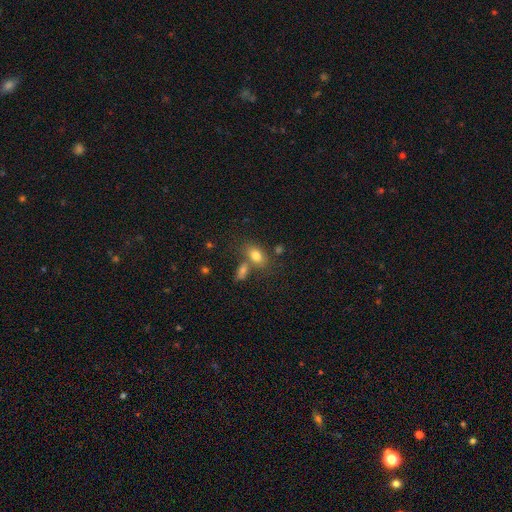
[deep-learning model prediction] A smooth galaxy with no disk features (78%) that is in between round and cigar-shaped (84%).

Vote fractions:
- Smooth or featured? smooth: 78% / featured or disk: 13% / star or artifact: 10%
- How rounded? in between: 84% / round: 13% / cigar-shaped: 3%
- Merging? none: 55% / merger: 28% / minor disturbance: 12% / major disturbance: 4%